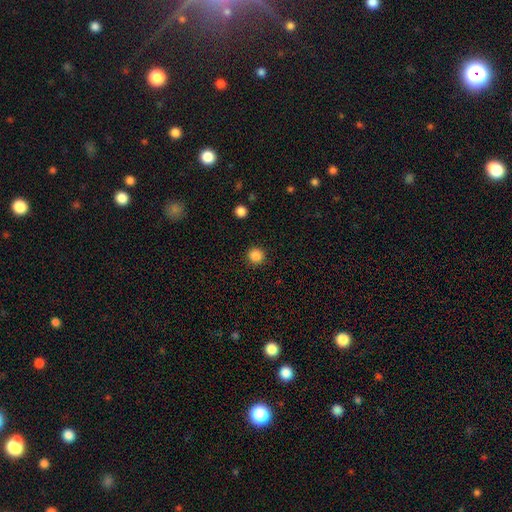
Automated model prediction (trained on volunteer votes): smooth 86%, star or artifact 11%, featured or disk 3%. Down the decision tree: how rounded — round (94%); merging — none (91%).